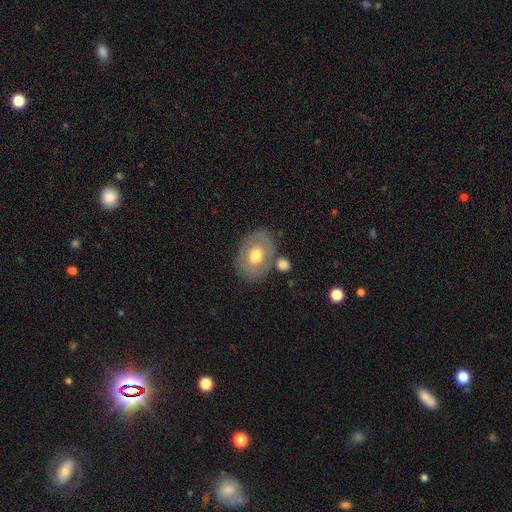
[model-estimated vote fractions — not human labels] Smooth or featured? Predicted: smooth (p=0.58). How rounded? Predicted: in between (p=0.68). Merging? Predicted: none (p=0.72).